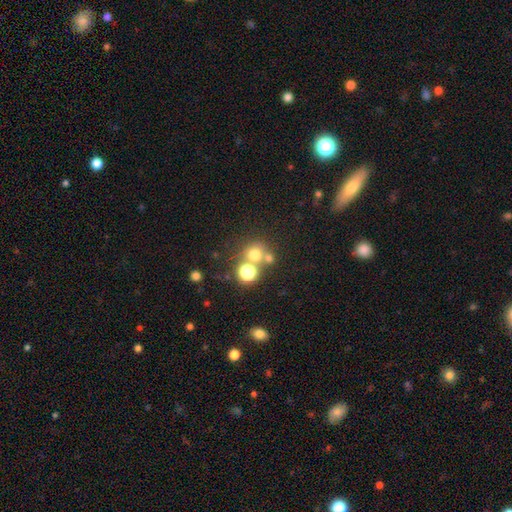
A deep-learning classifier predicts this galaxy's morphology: A smooth galaxy with no disk features (68%) that is round (87%). Merging: none (56%).